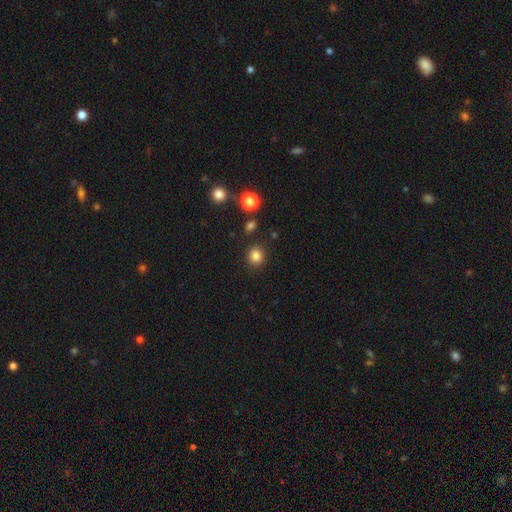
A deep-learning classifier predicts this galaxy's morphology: This is clearly a smooth galaxy (83%). How rounded: clearly round (85%). Merging: clearly none (89%).